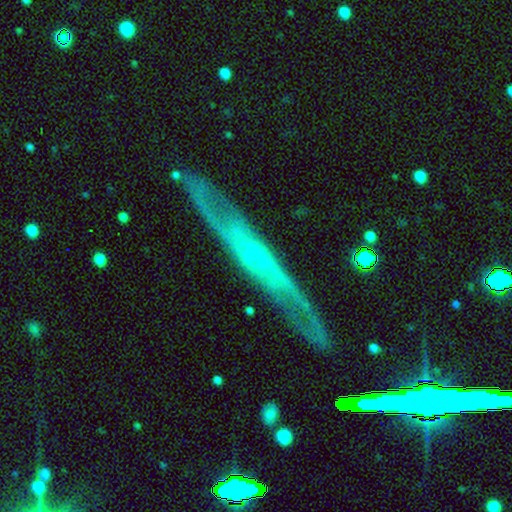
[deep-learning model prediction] Smooth or featured?
  - featured or disk: 75% *
  - smooth: 17%
  - star or artifact: 7%
Edge-on disk?
  - yes: 69% *
  - no: 31%
Edge-on bulge?
  - none: 59% *
  - rounded: 30%
  - boxy: 12%
Merging?
  - none: 78% *
  - minor disturbance: 15%
  - major disturbance: 5%
  - merger: 2%